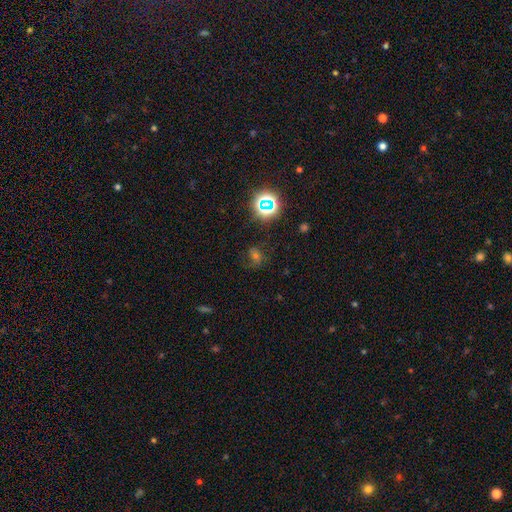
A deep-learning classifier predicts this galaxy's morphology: Smooth or featured: star or artifact — 44% (smooth — 36%)